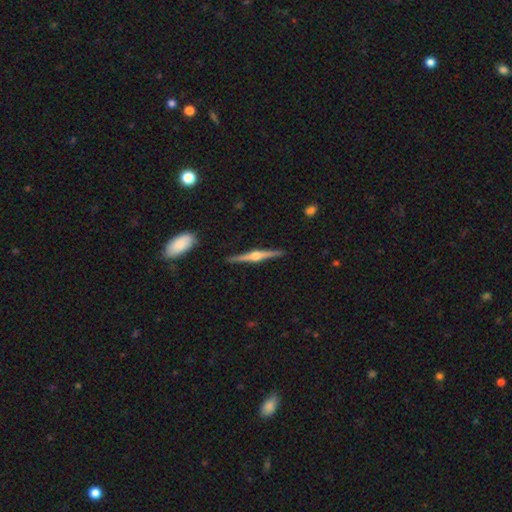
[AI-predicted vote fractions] smooth_or_featured: featured or disk (p=0.84) [alt: smooth p=0.11]
disk_edge_on: yes (p=0.99) [alt: no p=0.01]
edge_on_bulge: rounded (p=0.94) [alt: boxy p=0.04]
merging: none (p=0.92) [alt: minor disturbance p=0.06]